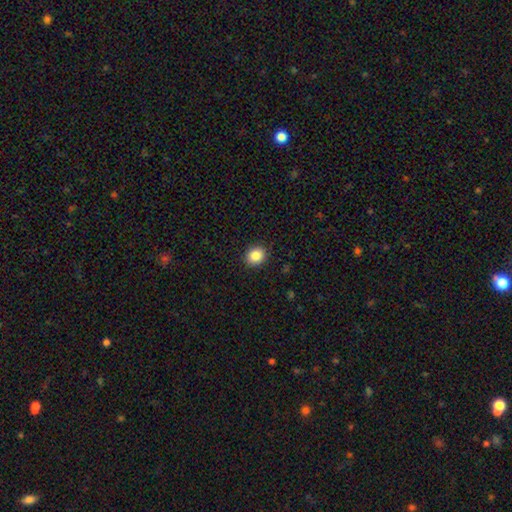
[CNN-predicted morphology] The model was most divided on "how rounded": round: 70%, in between: 29%, cigar-shaped: 1%. More confident: merging — none (90%); smooth or featured — smooth (87%).